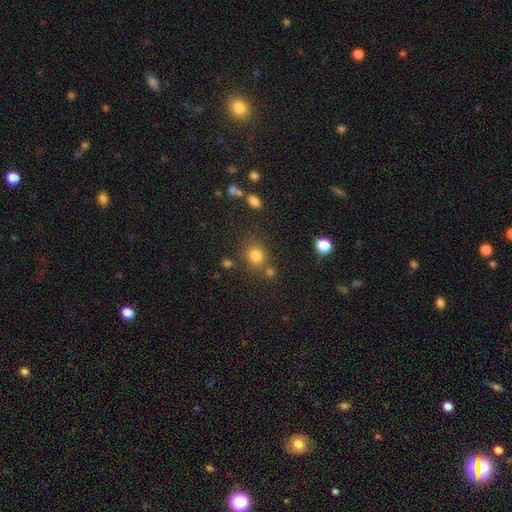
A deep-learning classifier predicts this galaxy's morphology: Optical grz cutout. It shows a smooth galaxy with no disk features (79%) that is round (76%). Merging: none (69%).